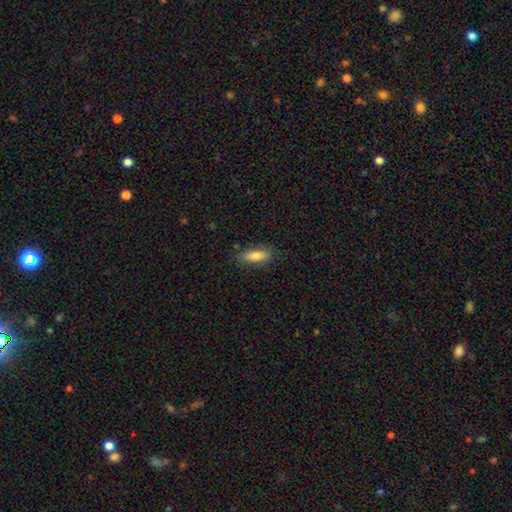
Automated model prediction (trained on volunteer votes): Smooth or featured? smooth (83%)
How rounded? in between (62%)
Merging? none (81%)